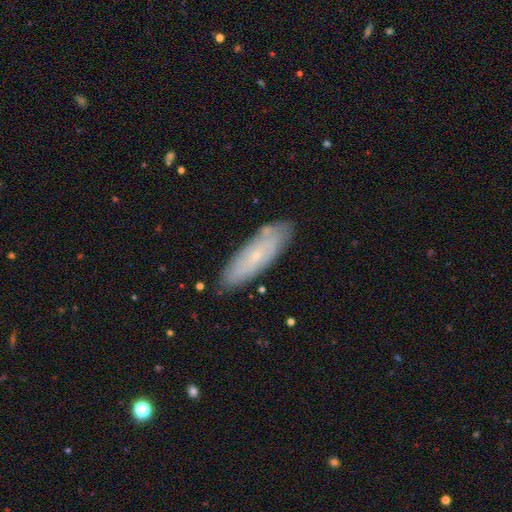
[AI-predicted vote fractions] Smooth or featured? Predicted: featured or disk (p=0.49). Merging? Predicted: none (p=0.83).